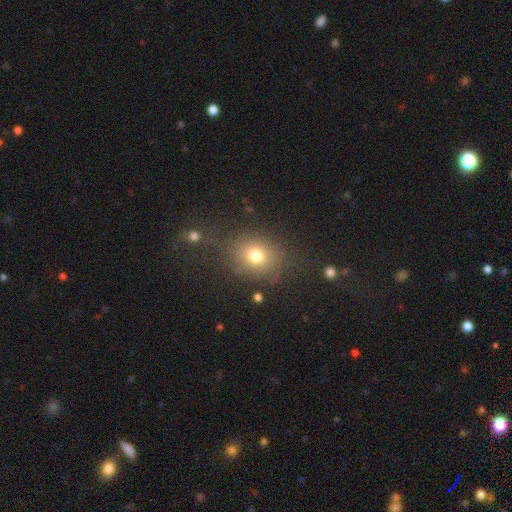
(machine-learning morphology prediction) The model was most divided on "how rounded": round: 61%, in between: 37%, cigar-shaped: 1%. More confident: smooth or featured — smooth (74%); merging — none (73%).